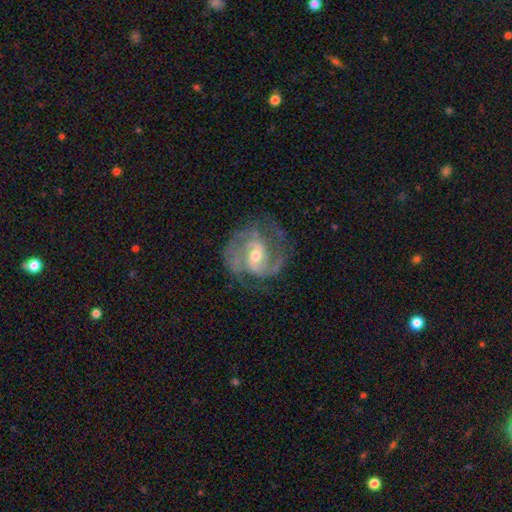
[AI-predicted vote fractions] Smooth or featured? Predicted: featured or disk (p=0.89). Edge-on disk? Predicted: no (p=0.98). Bar? Predicted: weak (p=0.48). Spiral arms? Predicted: yes (p=0.96). Spiral winding? Predicted: medium (p=0.53). Spiral arm count? Predicted: 2 (p=0.65). Bulge size? Predicted: moderate (p=0.54). Merging? Predicted: none (p=0.67).